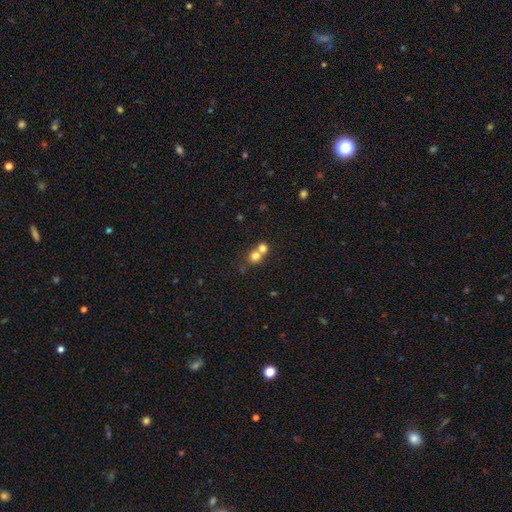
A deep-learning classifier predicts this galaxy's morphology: smooth-or-featured: smooth: 76% | star or artifact: 12% | featured or disk: 12%
  how-rounded: round: 84% | in between: 15% | cigar-shaped: 1%
  merging: merger: 59% | none: 34% | minor disturbance: 4% | major disturbance: 2%